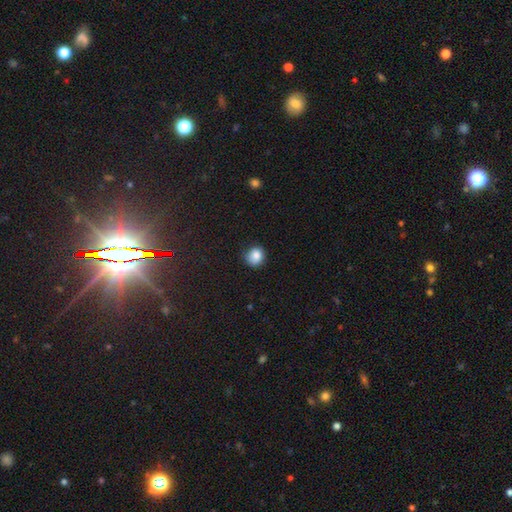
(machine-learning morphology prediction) This is clearly a smooth galaxy (85%). How rounded: clearly round (85%). Merging: likely none (79%).